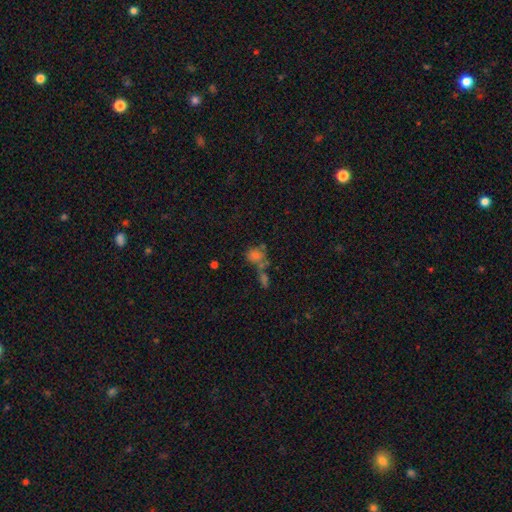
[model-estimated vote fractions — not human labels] This is possibly a smooth galaxy (60%). How rounded: likely round (65%). Merging: marginally none (41%).